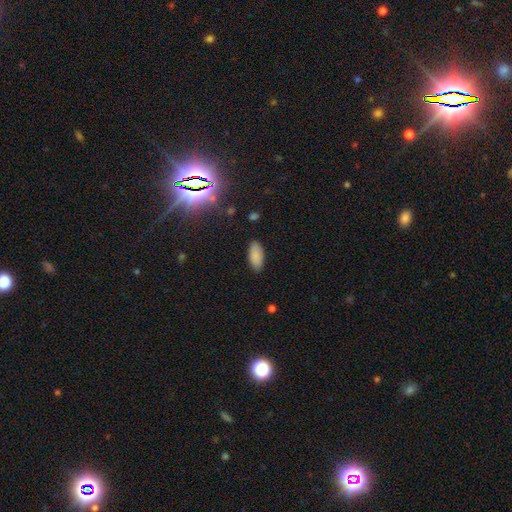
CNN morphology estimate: smooth 87%, star or artifact 8%, featured or disk 5%. Down the decision tree: how rounded — in between (89%); merging — none (87%).